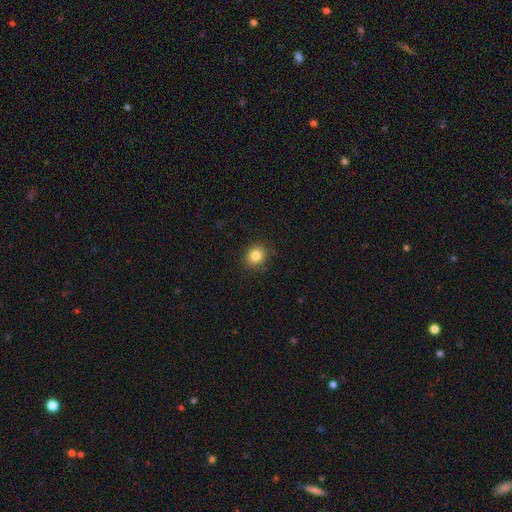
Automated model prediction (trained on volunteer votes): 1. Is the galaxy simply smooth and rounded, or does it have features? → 83% smooth, 11% star or artifact, 6% featured or disk.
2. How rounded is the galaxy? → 78% round, 21% in between, 1% cigar-shaped.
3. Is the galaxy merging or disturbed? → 89% none, 8% minor disturbance, 2% major disturbance, 1% merger.